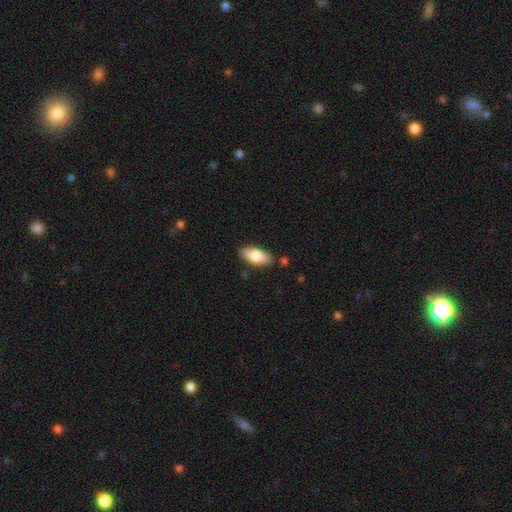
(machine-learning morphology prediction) type=smooth (77%); roundness=in between (88%); merging=none (84%).